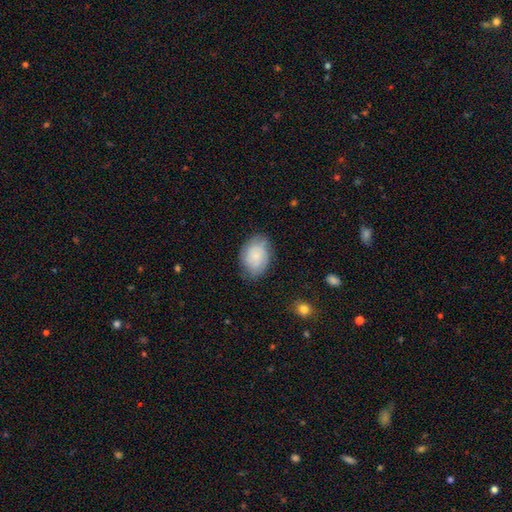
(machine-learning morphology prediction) Smooth or featured: smooth — 61% (featured or disk — 30%)
How rounded: in between — 74% (round — 25%)
Merging: none — 73% (minor disturbance — 20%)